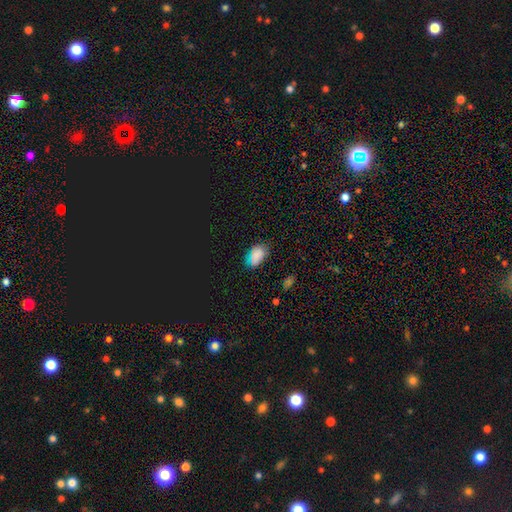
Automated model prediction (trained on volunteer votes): Morphology: type=smooth (73%); roundness=in between (90%); merging=none (76%).